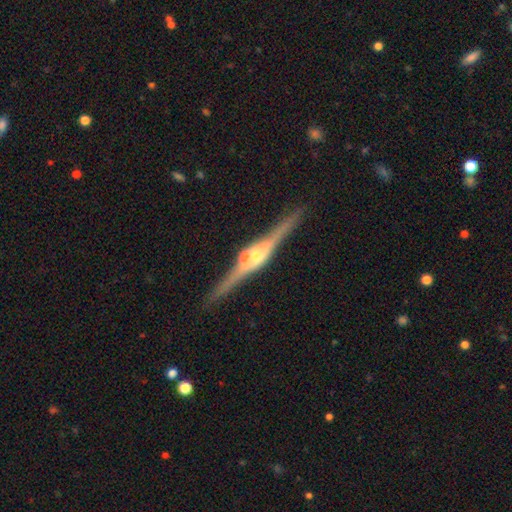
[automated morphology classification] This appears to be a featured or disk galaxy (86%) viewed edge-on (98%) with a rounded central bulge (84%). Merging: none (86%).